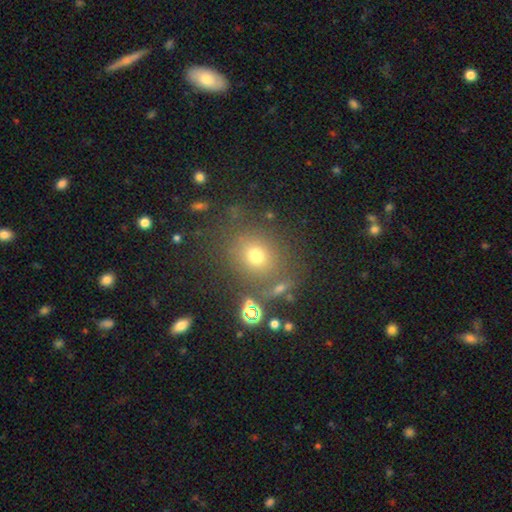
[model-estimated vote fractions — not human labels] A smooth galaxy with no disk features (68%) that is round (73%).

Vote fractions:
- Smooth or featured? smooth: 68% / star or artifact: 20% / featured or disk: 12%
- How rounded? round: 73% / in between: 25% / cigar-shaped: 1%
- Merging? none: 73% / minor disturbance: 13% / merger: 7% / major disturbance: 7%